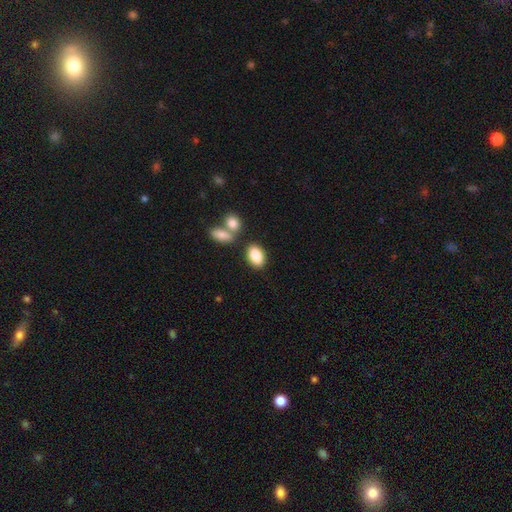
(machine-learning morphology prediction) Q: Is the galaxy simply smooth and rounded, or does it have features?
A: smooth — 85%.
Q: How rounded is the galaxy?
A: in between — 89%.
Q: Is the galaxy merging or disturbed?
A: none — 72%.